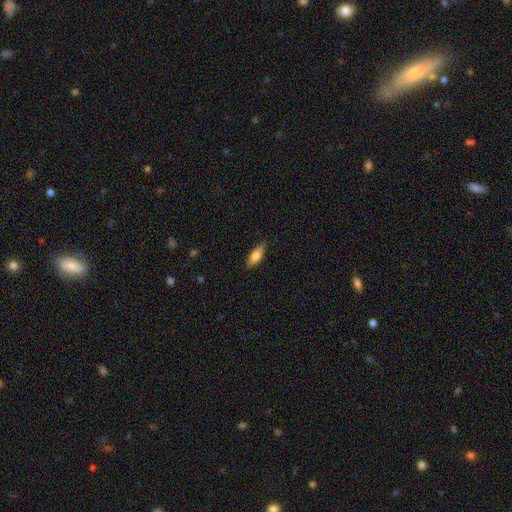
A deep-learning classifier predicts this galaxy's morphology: A smooth galaxy with no disk features (77%) that is in between round and cigar-shaped (62%).

Vote fractions:
- Smooth or featured? smooth: 77% / featured or disk: 16% / star or artifact: 6%
- How rounded? in between: 62% / cigar-shaped: 36% / round: 2%
- Merging? none: 83% / minor disturbance: 14% / major disturbance: 3% / merger: 1%